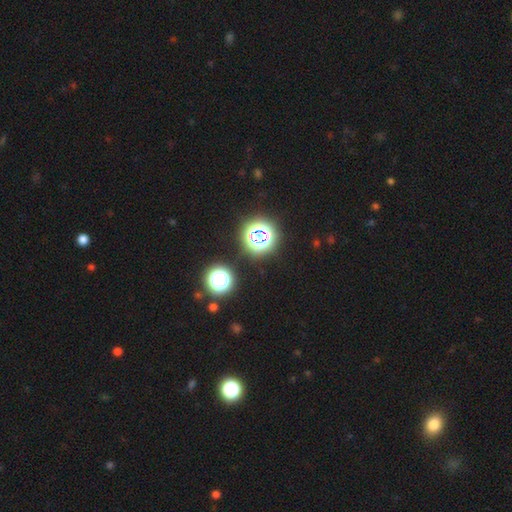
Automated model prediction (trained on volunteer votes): A star or artifact, not a galaxy (79%).

Vote fractions:
- Smooth or featured? star or artifact: 79% / smooth: 16% / featured or disk: 6%